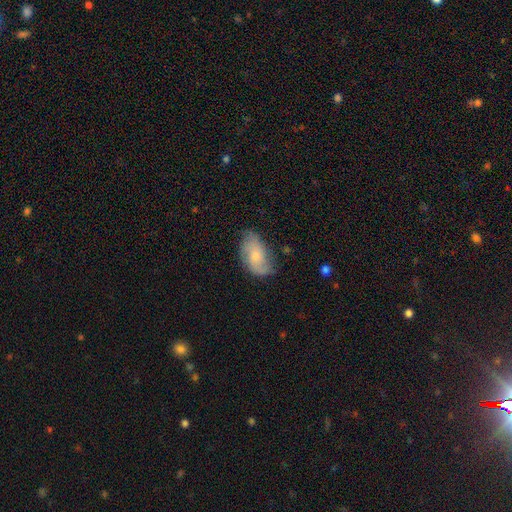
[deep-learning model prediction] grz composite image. It shows a featured or disk galaxy (47%). Merging: none (62%).